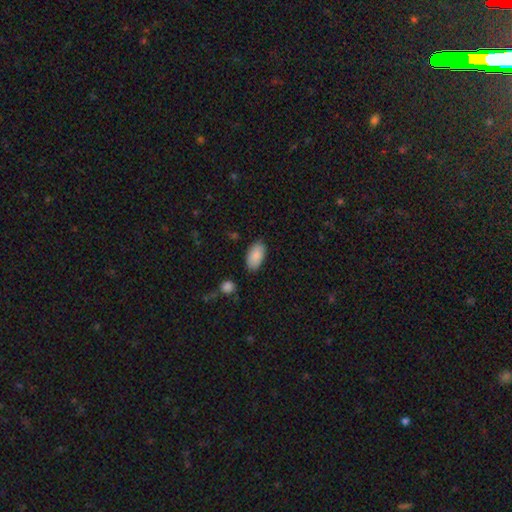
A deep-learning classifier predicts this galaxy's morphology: A smooth galaxy with no disk features (88%) that is in between round and cigar-shaped (95%).

Vote fractions:
- Smooth or featured? smooth: 88% / star or artifact: 6% / featured or disk: 5%
- How rounded? in between: 95% / round: 3% / cigar-shaped: 2%
- Merging? none: 84% / minor disturbance: 11% / major disturbance: 3% / merger: 2%